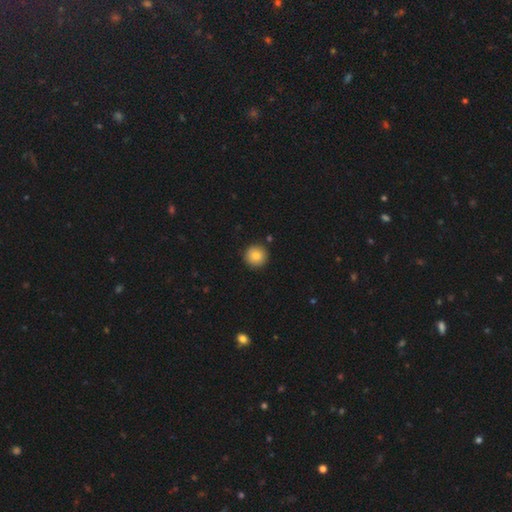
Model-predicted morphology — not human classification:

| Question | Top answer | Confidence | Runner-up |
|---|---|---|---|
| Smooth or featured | smooth | 84% | star or artifact (9%) |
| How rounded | round | 96% | in between (3%) |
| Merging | none | 91% | minor disturbance (6%) |